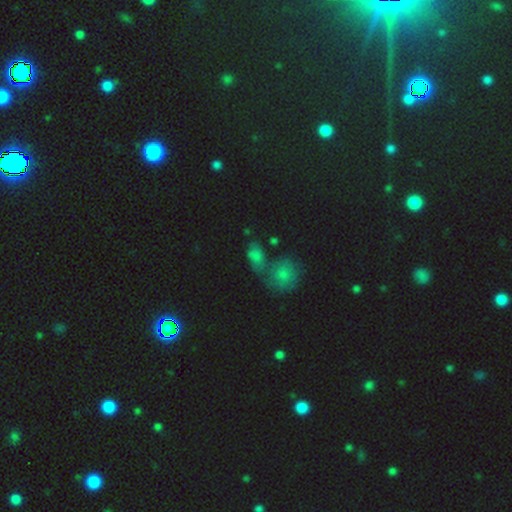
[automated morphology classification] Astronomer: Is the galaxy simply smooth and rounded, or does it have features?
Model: smooth — 59%.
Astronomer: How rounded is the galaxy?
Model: in between — 70%.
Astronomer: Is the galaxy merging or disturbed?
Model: merger — 45% (runner-up: none, 29%).